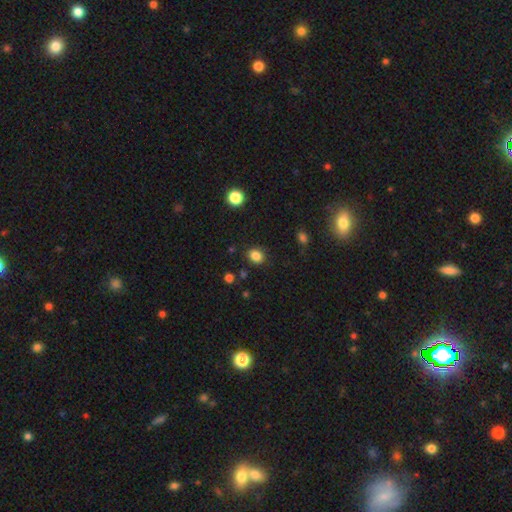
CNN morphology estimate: type=smooth (84%); roundness=round (58%); merging=none (87%).